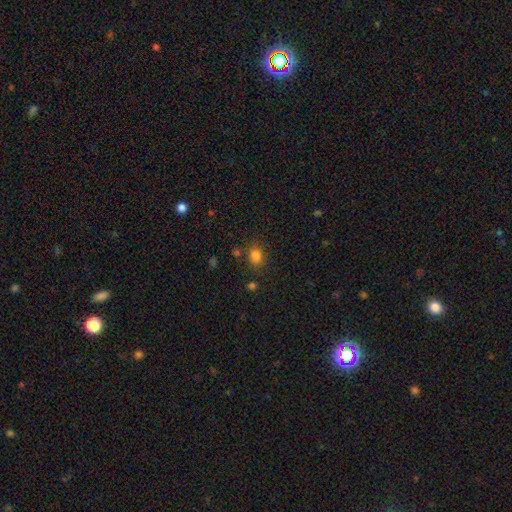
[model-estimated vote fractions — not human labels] Smooth or featured? smooth (81%)
How rounded? round (57%)
Merging? none (78%)